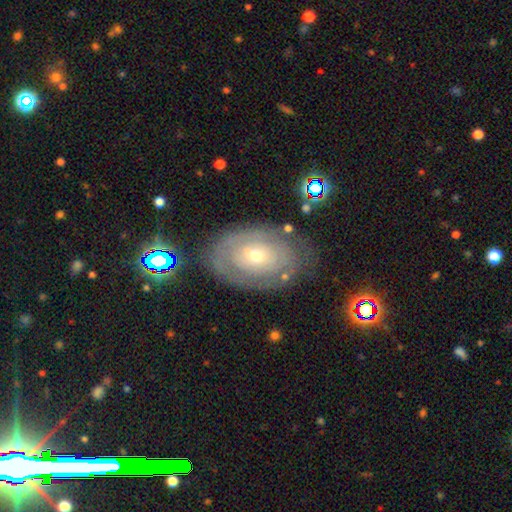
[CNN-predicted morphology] The model was most divided on "spiral arms" (2-way tie): no: 50%, yes: 50%. More confident: edge-on disk — no (93%); bar — no (85%); merging — none (74%); smooth or featured — featured or disk (64%); bulge size — small (59%).